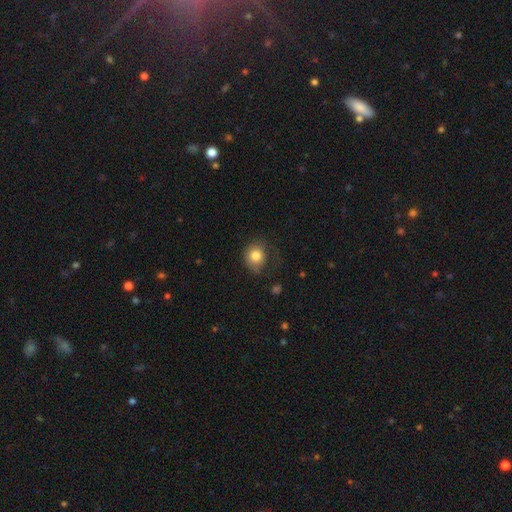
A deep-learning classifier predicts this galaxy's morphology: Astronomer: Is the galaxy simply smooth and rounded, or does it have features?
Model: smooth — 81%.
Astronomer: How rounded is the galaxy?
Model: round — 73%.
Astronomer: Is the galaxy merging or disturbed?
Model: none — 61%.